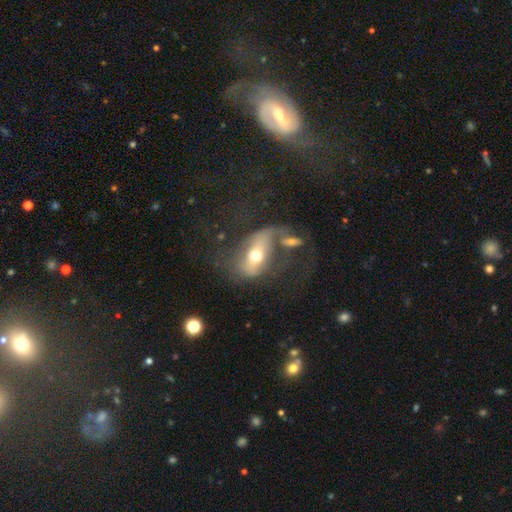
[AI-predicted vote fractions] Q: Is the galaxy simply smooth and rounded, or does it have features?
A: featured or disk — 51%.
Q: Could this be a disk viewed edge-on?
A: no — 84%.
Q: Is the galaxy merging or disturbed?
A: none — 33%.